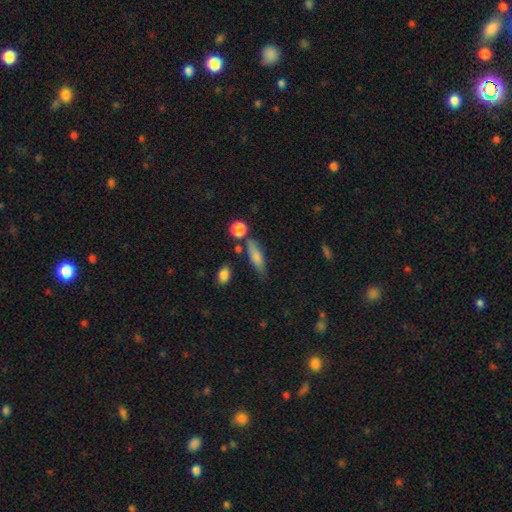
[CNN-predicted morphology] Overall: smooth (78%). How rounded: cigar-shaped (49%; in between 47%). Merging: none (70%).